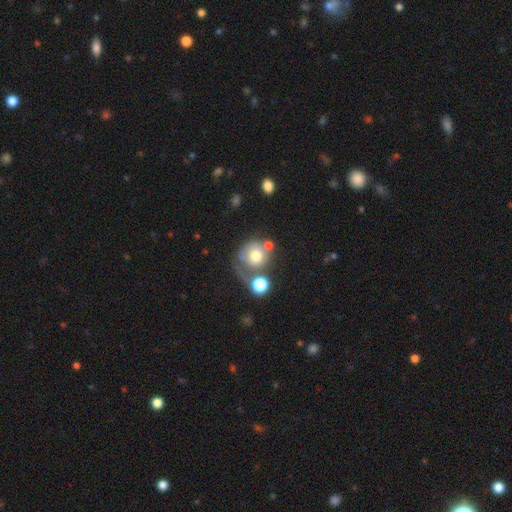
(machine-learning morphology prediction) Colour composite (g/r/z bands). It shows a smooth galaxy with no disk features (64%) that is round (81%). Merging: none (36%).